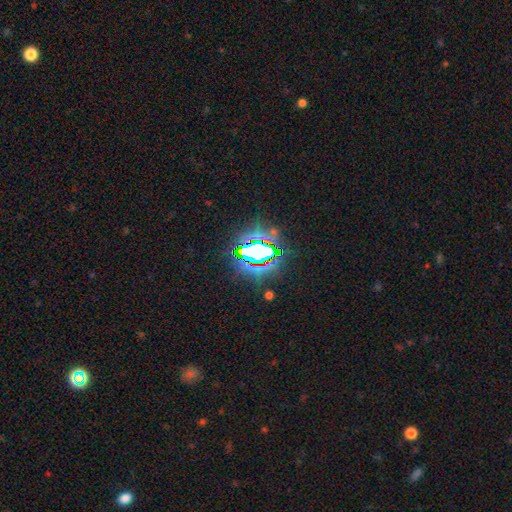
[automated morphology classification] type=star or artifact (67%).